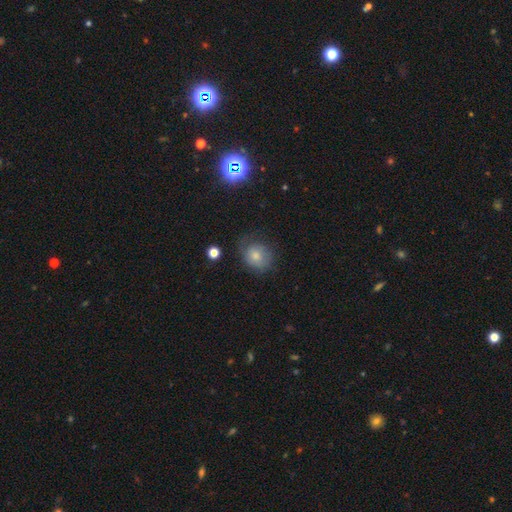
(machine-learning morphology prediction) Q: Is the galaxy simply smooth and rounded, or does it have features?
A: smooth — 70%.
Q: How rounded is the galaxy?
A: round — 72%.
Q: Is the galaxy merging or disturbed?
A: none — 56%.